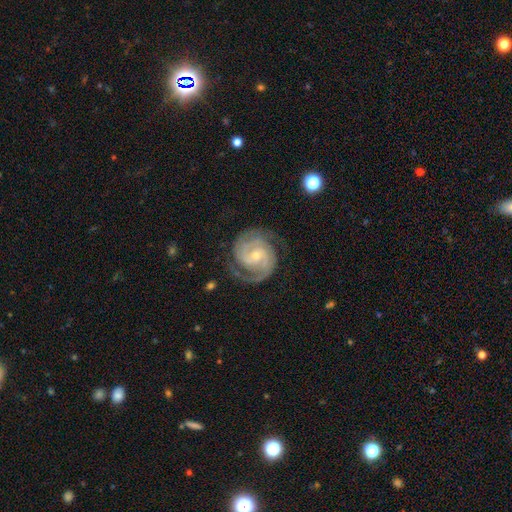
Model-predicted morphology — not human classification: smooth_or_featured: featured or disk (p=0.92) [alt: smooth p=0.04]
disk_edge_on: no (p=0.98) [alt: yes p=0.02]
bar: no (p=0.50) [alt: weak p=0.39]
has_spiral_arms: yes (p=0.98) [alt: no p=0.02]
spiral_winding: tight (p=0.61) [alt: medium p=0.34]
spiral_arm_count: 2 (p=0.79) [alt: 3 p=0.09]
bulge_size: small (p=0.57) [alt: moderate p=0.39]
merging: none (p=0.77) [alt: minor disturbance p=0.15]